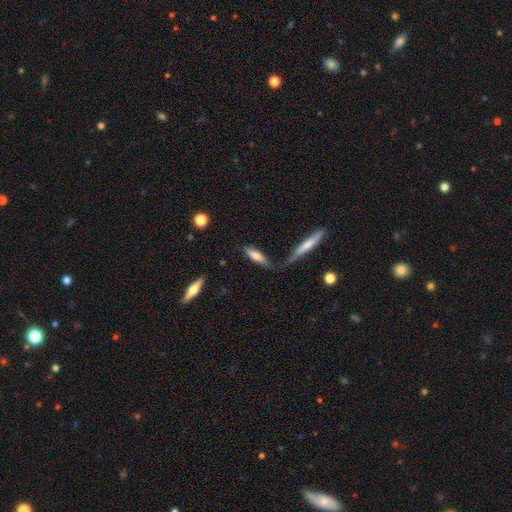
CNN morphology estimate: Smooth or featured: smooth — 71% (featured or disk — 22%)
How rounded: cigar-shaped — 63% (in between — 35%)
Merging: none — 59% (minor disturbance — 20%)